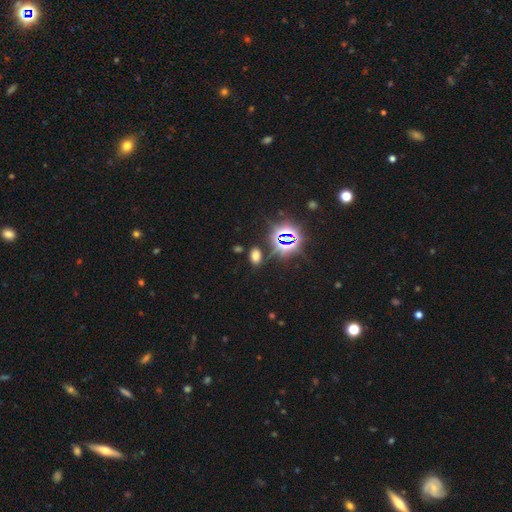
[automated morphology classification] smooth-or-featured: smooth: 59% | star or artifact: 35% | featured or disk: 7%
  how-rounded: in between: 87% | round: 10% | cigar-shaped: 3%
  merging: none: 83% | minor disturbance: 9% | merger: 4% | major disturbance: 3%